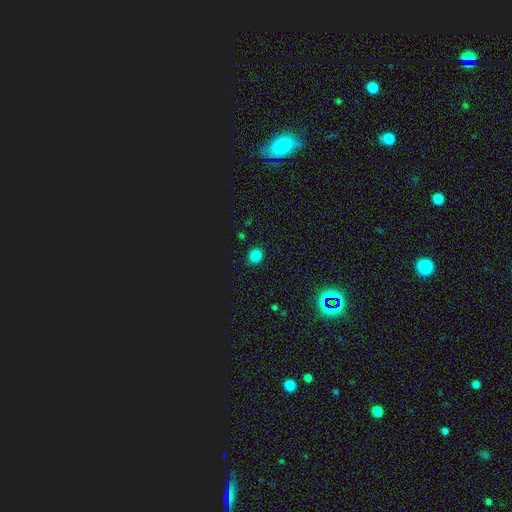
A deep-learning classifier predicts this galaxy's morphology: Smooth or featured: smooth — 80% (star or artifact — 17%)
How rounded: round — 87% (in between — 12%)
Merging: none — 89% (minor disturbance — 8%)